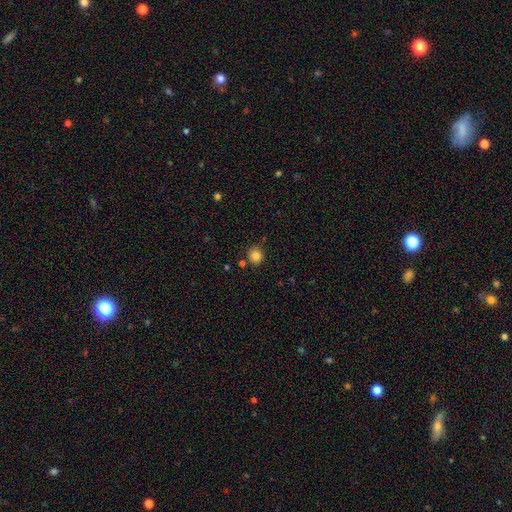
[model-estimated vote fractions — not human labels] smooth 83%, star or artifact 11%, featured or disk 6%. Down the decision tree: how rounded — round (87%); merging — none (82%).